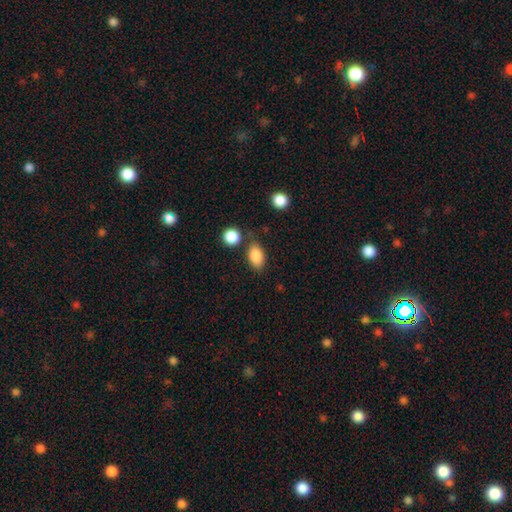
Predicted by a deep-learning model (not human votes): A smooth galaxy with no disk features (86%) that is in between round and cigar-shaped (87%).

Vote fractions:
- Smooth or featured? smooth: 86% / star or artifact: 8% / featured or disk: 6%
- How rounded? in between: 87% / round: 11% / cigar-shaped: 2%
- Merging? none: 73% / minor disturbance: 15% / merger: 9% / major disturbance: 4%